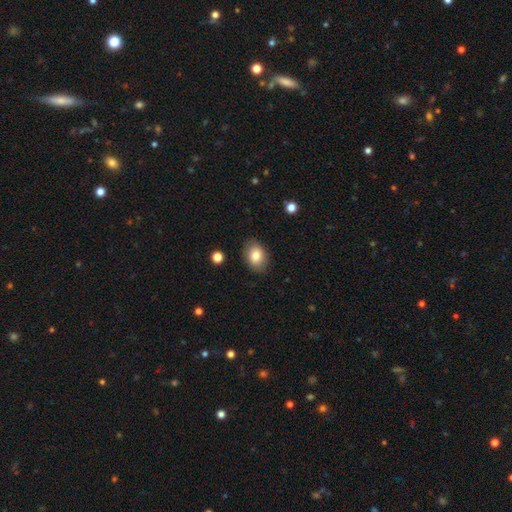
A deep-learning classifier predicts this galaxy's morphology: type=smooth (82%); roundness=in between (73%); merging=none (86%).